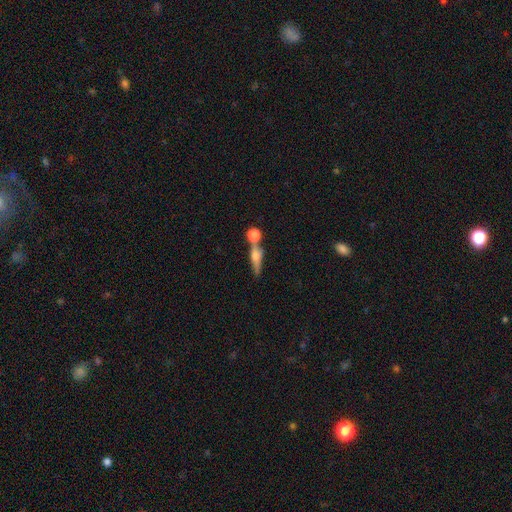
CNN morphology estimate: Overall: smooth (45%; featured or disk 44%). Merging: none (51%; merger 30%).